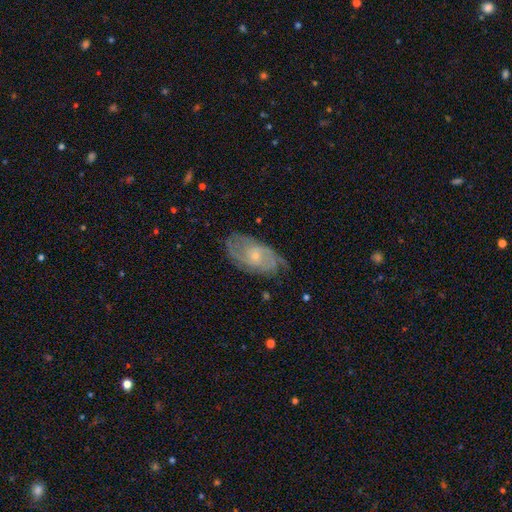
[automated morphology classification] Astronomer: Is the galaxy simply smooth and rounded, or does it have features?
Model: featured or disk — 74%.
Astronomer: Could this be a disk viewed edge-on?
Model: no — 94%.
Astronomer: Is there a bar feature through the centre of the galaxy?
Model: no — 64%.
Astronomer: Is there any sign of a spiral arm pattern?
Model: yes — 89%.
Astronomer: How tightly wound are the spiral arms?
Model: medium — 42%, tied with tight at 42%.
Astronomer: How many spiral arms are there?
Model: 2 — 47% (runner-up: can't tell, 32%).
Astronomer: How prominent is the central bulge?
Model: small — 73%.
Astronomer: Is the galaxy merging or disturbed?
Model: none — 69%.